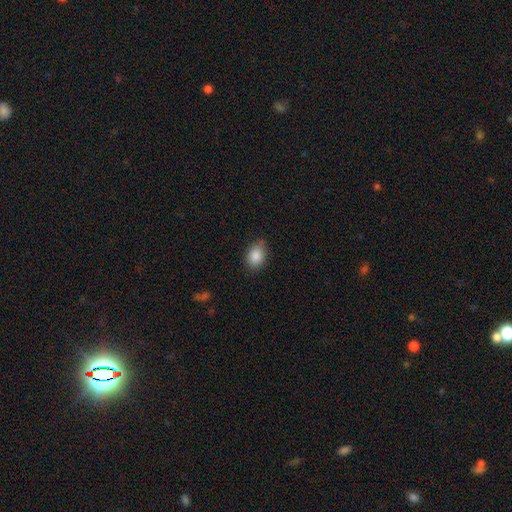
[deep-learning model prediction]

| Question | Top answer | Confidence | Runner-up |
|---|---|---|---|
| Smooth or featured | smooth | 87% | star or artifact (7%) |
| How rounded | in between | 82% | round (17%) |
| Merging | none | 78% | minor disturbance (18%) |